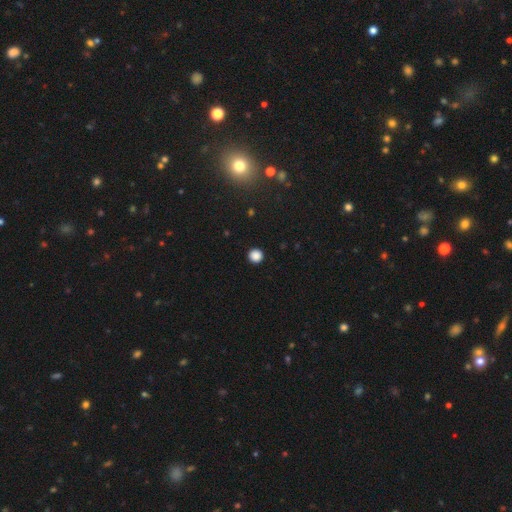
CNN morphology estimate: A smooth galaxy with no disk features (87%) that is round (95%).

Vote fractions:
- Smooth or featured? smooth: 87% / star or artifact: 11% / featured or disk: 3%
- How rounded? round: 95% / in between: 4% / cigar-shaped: 1%
- Merging? none: 93% / minor disturbance: 4% / major disturbance: 2% / merger: 1%